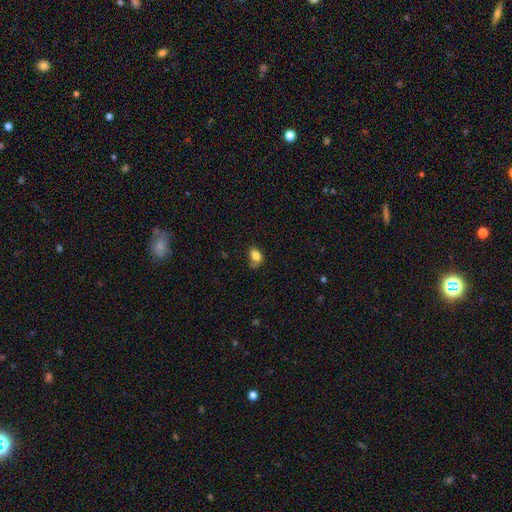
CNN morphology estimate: Smooth or featured? Predicted: smooth (p=0.83). How rounded? Predicted: in between (p=0.76). Merging? Predicted: none (p=0.55).